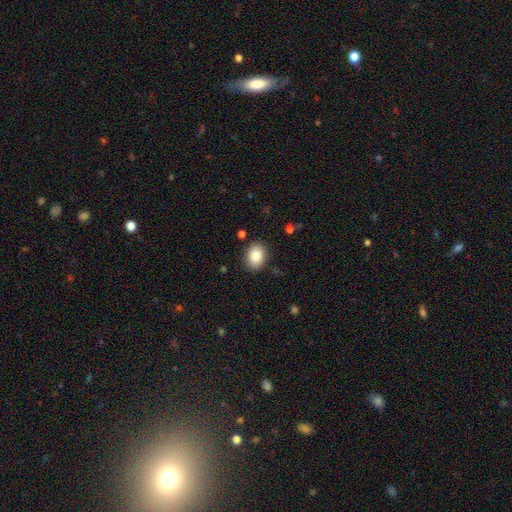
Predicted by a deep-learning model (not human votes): This appears to be a smooth galaxy with no disk features (84%) that is in between round and cigar-shaped (70%). Merging: none (87%).